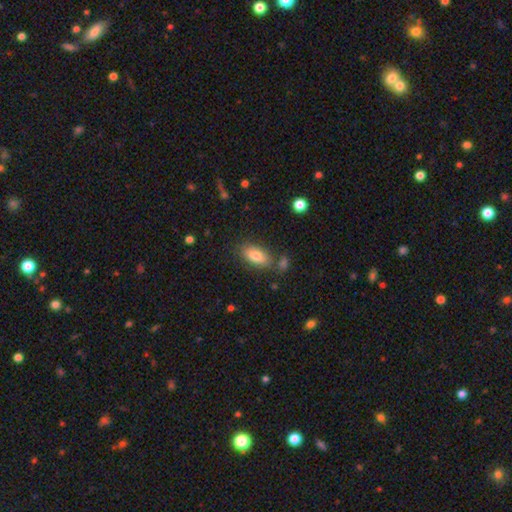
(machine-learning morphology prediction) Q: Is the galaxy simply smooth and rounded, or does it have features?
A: smooth — 80%.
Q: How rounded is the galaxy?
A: in between — 89%.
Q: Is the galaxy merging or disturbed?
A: none — 74%.